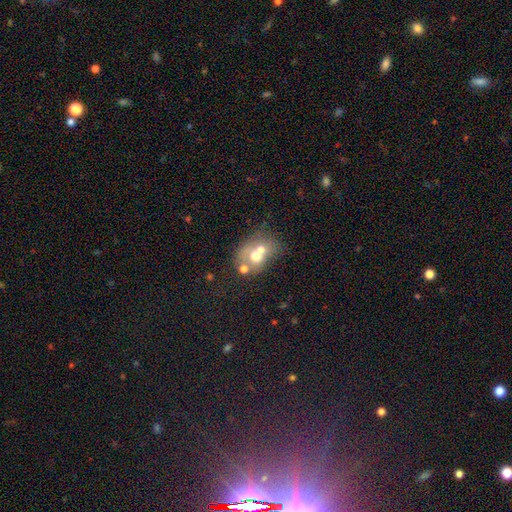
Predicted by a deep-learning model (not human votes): Smooth or featured: smooth — 57% (featured or disk — 31%)
How rounded: round — 57% (in between — 42%)
Merging: merger — 62% (none — 25%)